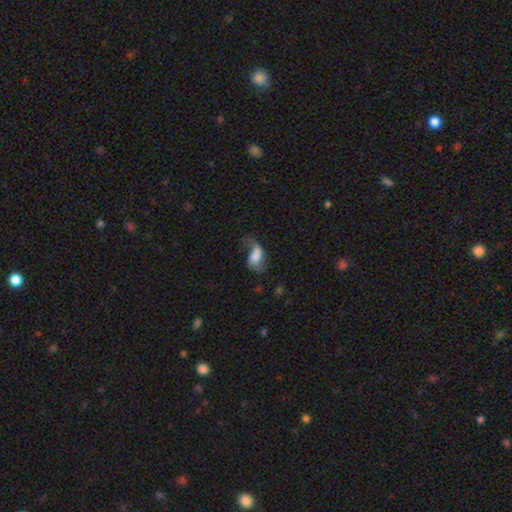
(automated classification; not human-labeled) A featured or disk galaxy (50%). Merging: major disturbance (39%).